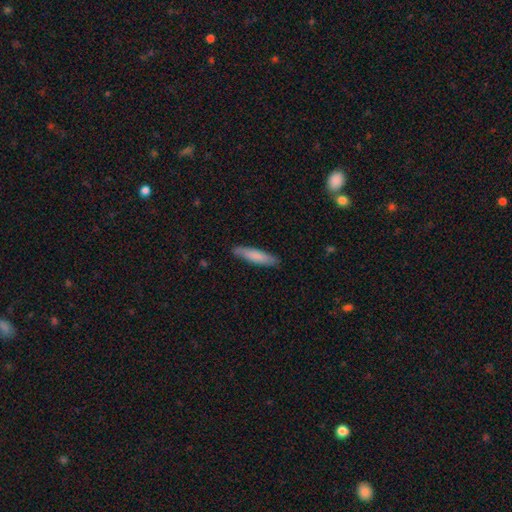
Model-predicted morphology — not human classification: Smooth or featured: smooth — 77% (featured or disk — 17%)
How rounded: cigar-shaped — 82% (in between — 16%)
Merging: none — 85% (minor disturbance — 12%)